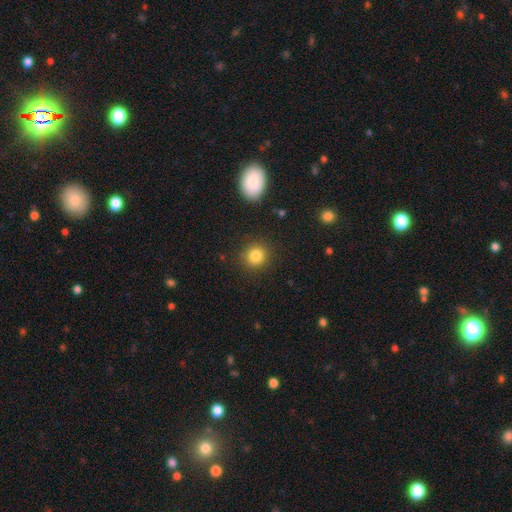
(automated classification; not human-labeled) A smooth galaxy with no disk features (83%) that is round (89%). Merging: none (89%).